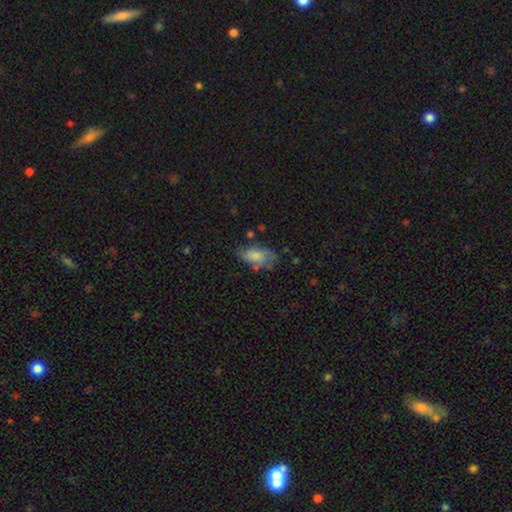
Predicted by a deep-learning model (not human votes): This is likely a smooth galaxy (76%). How rounded: clearly in between (92%). Merging: possibly none (59%).